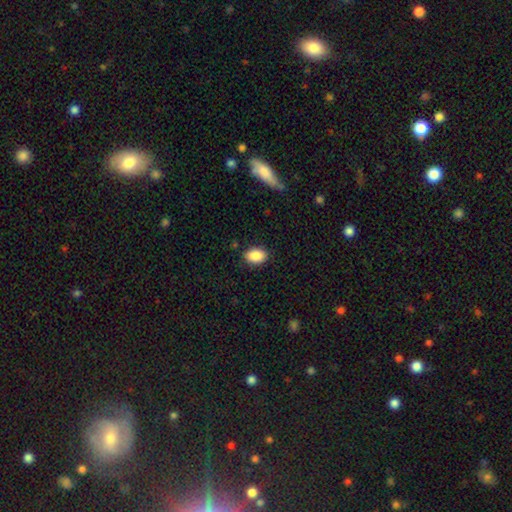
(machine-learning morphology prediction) smooth_or_featured: smooth (p=0.89) [alt: star or artifact p=0.07]
how_rounded: in between (p=0.86) [alt: round p=0.13]
merging: none (p=0.87) [alt: minor disturbance p=0.09]